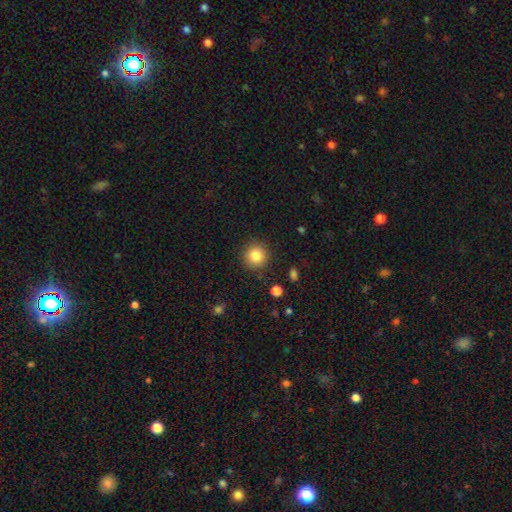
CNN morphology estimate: Smooth or featured: smooth — 84% (star or artifact — 10%)
How rounded: round — 93% (in between — 6%)
Merging: none — 89% (minor disturbance — 7%)